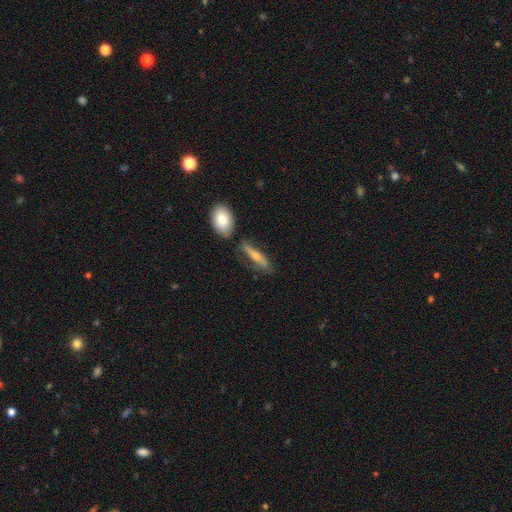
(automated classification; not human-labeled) The model was most divided on "smooth or featured": featured or disk: 52%, smooth: 39%, star or artifact: 8%. More confident: edge-on disk — yes (75%); merging — none (68%).